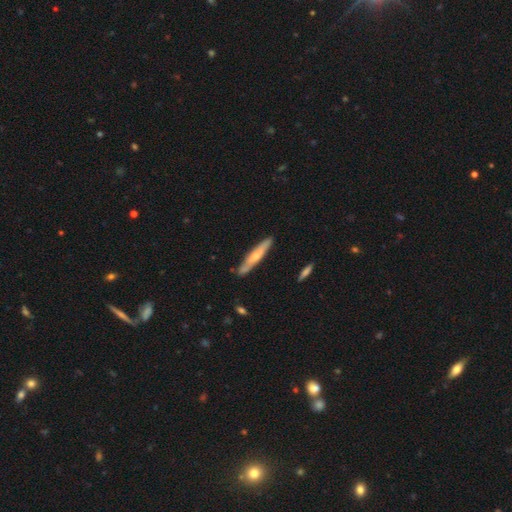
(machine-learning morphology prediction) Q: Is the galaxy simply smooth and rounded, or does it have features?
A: smooth — 49%.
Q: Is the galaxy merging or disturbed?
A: none — 85%.